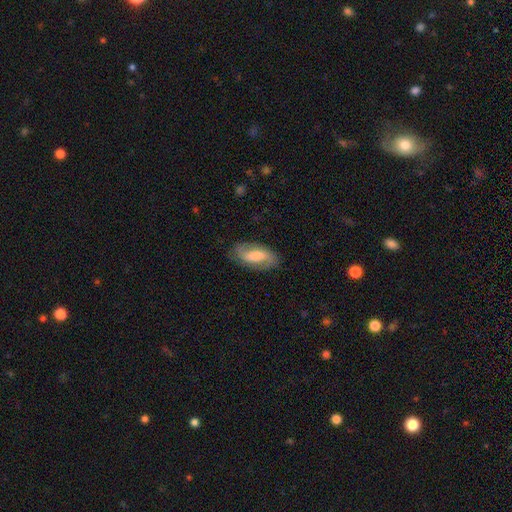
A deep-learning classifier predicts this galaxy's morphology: Smooth or featured?
  - featured or disk: 52% *
  - smooth: 41%
  - star or artifact: 7%
Edge-on disk?
  - no: 91% *
  - yes: 9%
Merging?
  - none: 80% *
  - minor disturbance: 14%
  - major disturbance: 4%
  - merger: 1%